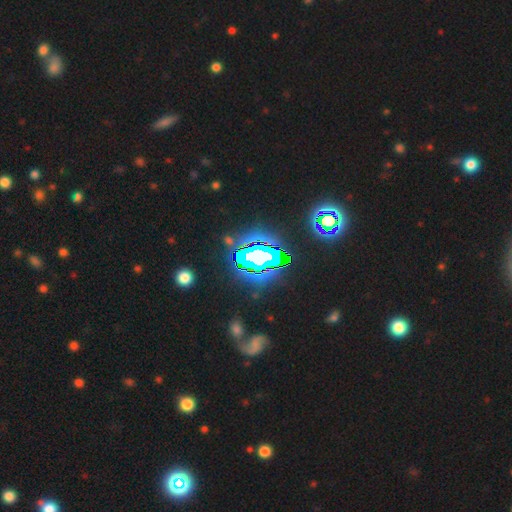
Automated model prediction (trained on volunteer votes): The model was most divided on "smooth or featured": star or artifact: 68%, featured or disk: 18%, smooth: 15%.